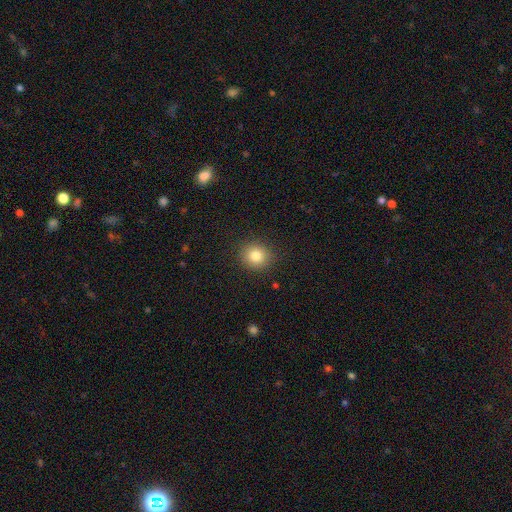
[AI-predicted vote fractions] Smooth or featured: smooth — 82% (star or artifact — 11%)
How rounded: round — 87% (in between — 12%)
Merging: none — 90% (minor disturbance — 7%)